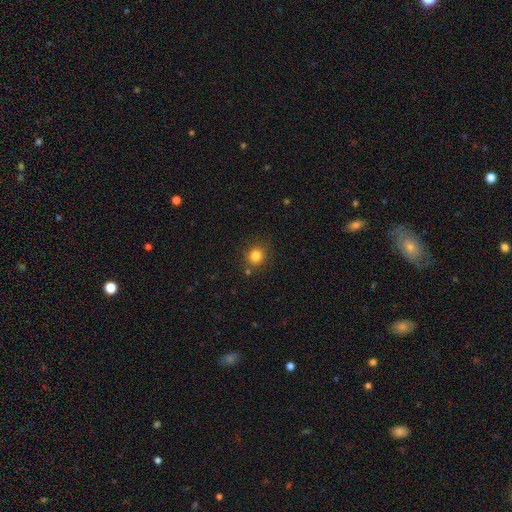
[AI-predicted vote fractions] Smooth or featured?
  - smooth: 82% *
  - star or artifact: 12%
  - featured or disk: 5%
How rounded?
  - round: 83% *
  - in between: 16%
  - cigar-shaped: 1%
Merging?
  - none: 84% *
  - minor disturbance: 9%
  - merger: 4%
  - major disturbance: 3%